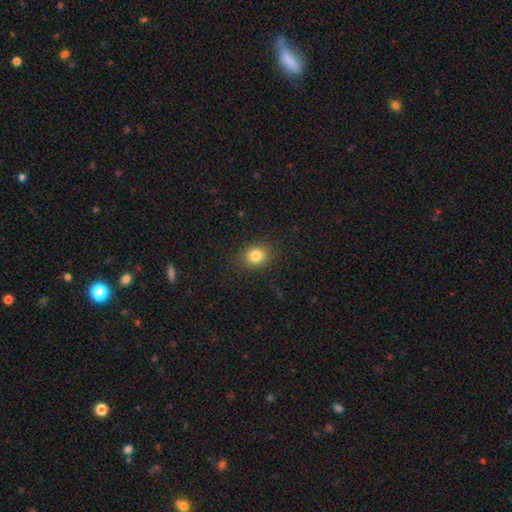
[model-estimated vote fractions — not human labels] Overall: smooth (83%). How rounded: round (63%; in between 36%). Merging: none (85%).